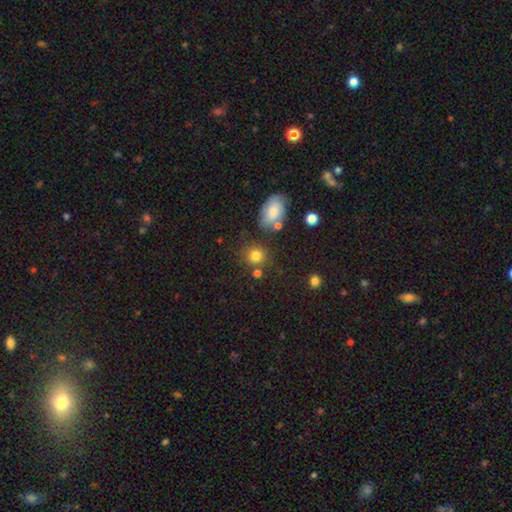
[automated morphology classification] Smooth or featured? Predicted: smooth (p=0.80). How rounded? Predicted: round (p=0.83). Merging? Predicted: none (p=0.73).